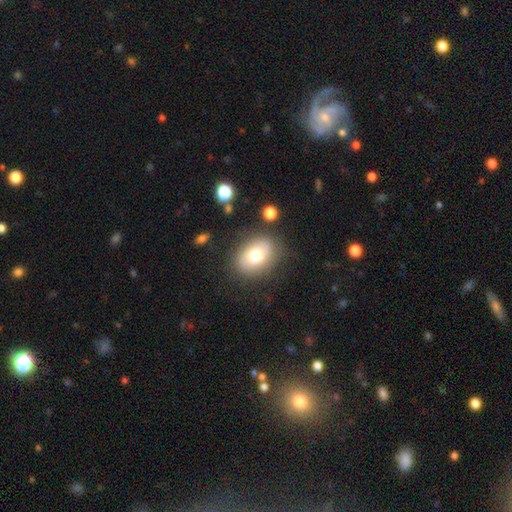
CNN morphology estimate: This appears to be a smooth galaxy with no disk features (72%) that is in between round and cigar-shaped (72%). Merging: none (79%).